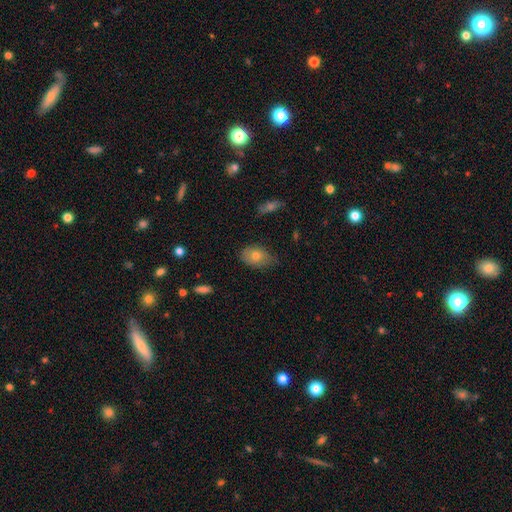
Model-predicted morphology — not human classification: A smooth galaxy with no disk features (74%) that is in between round and cigar-shaped (83%). Merging: none (66%).